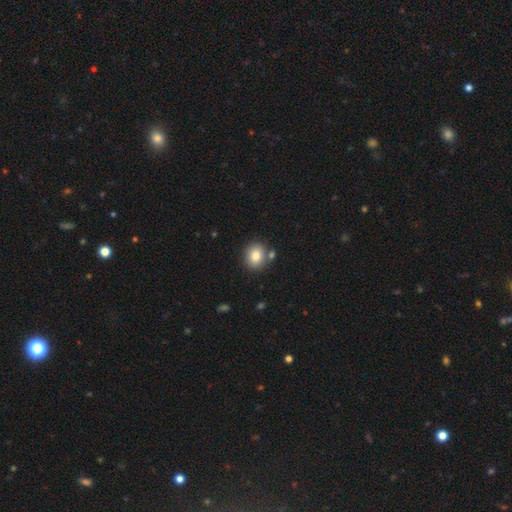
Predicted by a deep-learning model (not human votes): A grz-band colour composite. It shows a smooth galaxy with no disk features (83%) that is round (64%). Merging: none (76%).